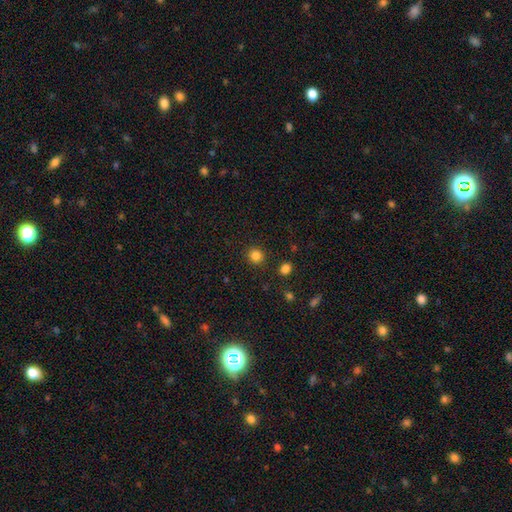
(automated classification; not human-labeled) This is clearly a smooth galaxy (84%). How rounded: clearly round (89%). Merging: clearly none (88%).